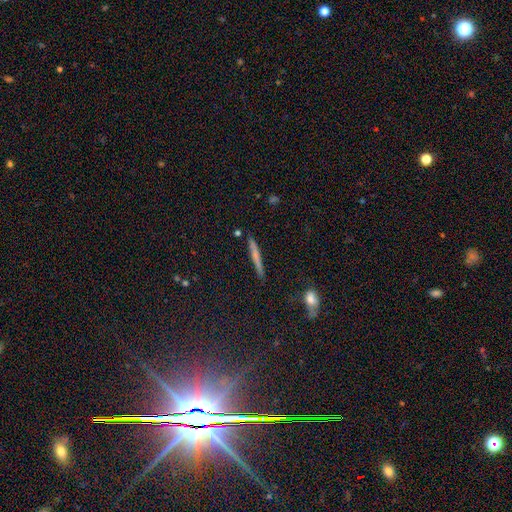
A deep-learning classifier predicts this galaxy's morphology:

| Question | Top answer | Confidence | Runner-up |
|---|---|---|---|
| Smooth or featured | smooth | 57% | featured or disk (34%) |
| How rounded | cigar-shaped | 94% | in between (3%) |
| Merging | none | 87% | minor disturbance (9%) |